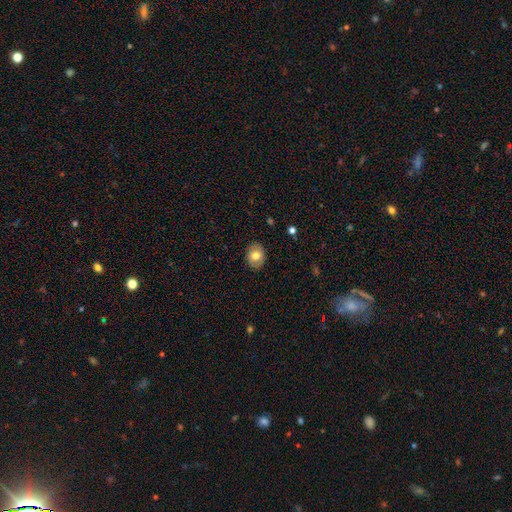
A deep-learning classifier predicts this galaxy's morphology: A smooth galaxy with no disk features (71%) that is in between round and cigar-shaped (59%). Merging: none (86%).